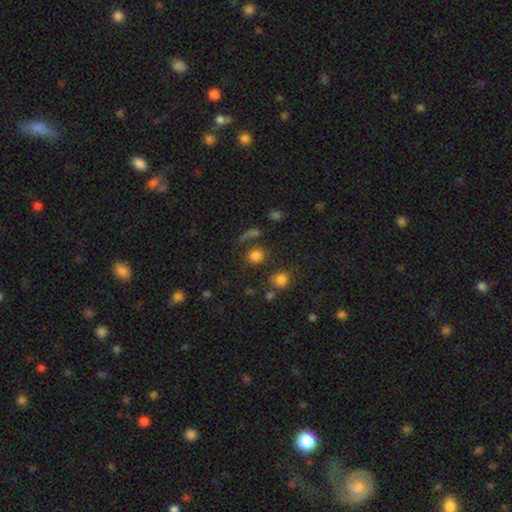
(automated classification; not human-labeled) Q: Smooth or featured?
A: smooth (77%); runner-up: star or artifact (16%)
Q: How rounded?
A: round (81%); runner-up: in between (17%)
Q: Merging?
A: none (69%); runner-up: merger (13%)